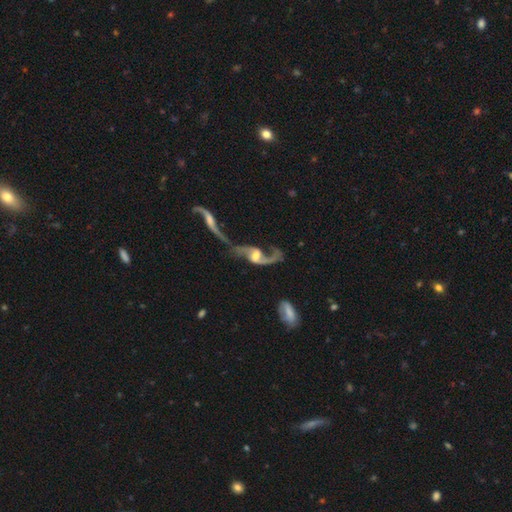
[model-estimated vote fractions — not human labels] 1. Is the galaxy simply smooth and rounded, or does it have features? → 86% featured or disk, 8% smooth, 6% star or artifact.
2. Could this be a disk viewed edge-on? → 94% no, 6% yes.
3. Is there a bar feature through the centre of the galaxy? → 48% weak, 33% no, 20% strong.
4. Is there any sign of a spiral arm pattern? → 93% yes, 7% no.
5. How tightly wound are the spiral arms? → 80% loose, 16% medium, 4% tight.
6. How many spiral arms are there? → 83% 2, 11% 1, 3% can't tell, 1% 3, 1% 4, 1% more than 4.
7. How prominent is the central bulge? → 54% moderate, 26% small, 12% large, 6% none, 2% dominant.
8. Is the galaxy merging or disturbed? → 48% merger, 23% none, 19% major disturbance, 10% minor disturbance.